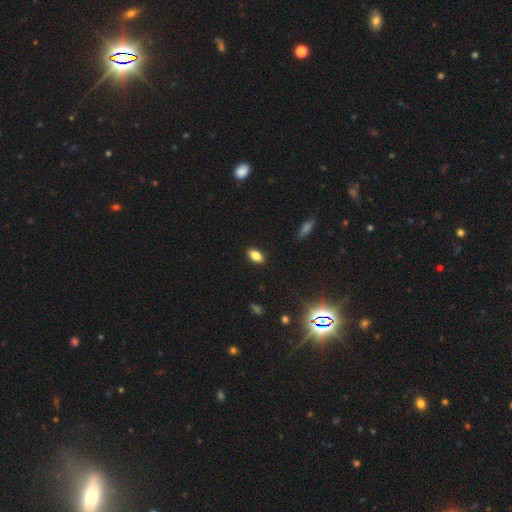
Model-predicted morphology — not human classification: This is clearly a smooth galaxy (80%). How rounded: clearly in between (89%). Merging: clearly none (89%).